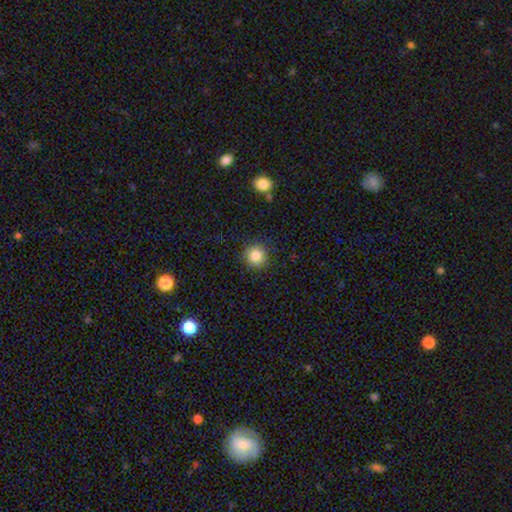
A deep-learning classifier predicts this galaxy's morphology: smooth-or-featured: smooth: 85% | star or artifact: 10% | featured or disk: 5%
  how-rounded: round: 94% | in between: 5% | cigar-shaped: 1%
  merging: none: 90% | minor disturbance: 7% | major disturbance: 2% | merger: 1%